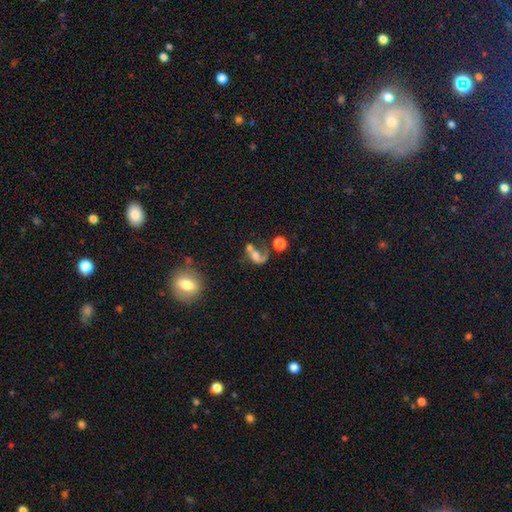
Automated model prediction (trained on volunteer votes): This appears to be a featured or disk galaxy (52%). Merging: merger (36%).